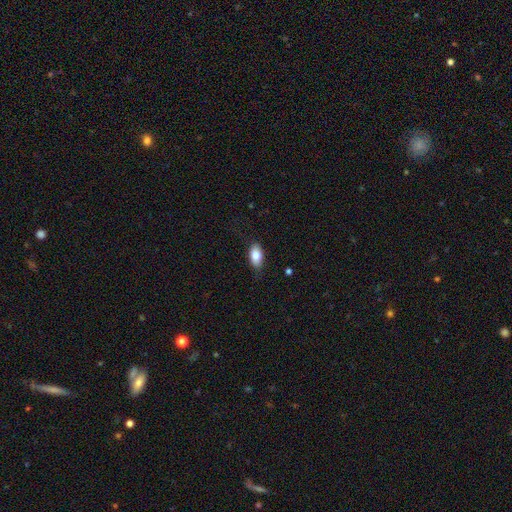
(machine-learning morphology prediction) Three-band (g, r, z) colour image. It shows a smooth galaxy with no disk features (78%) that is in between round and cigar-shaped (90%). Merging: none (82%).